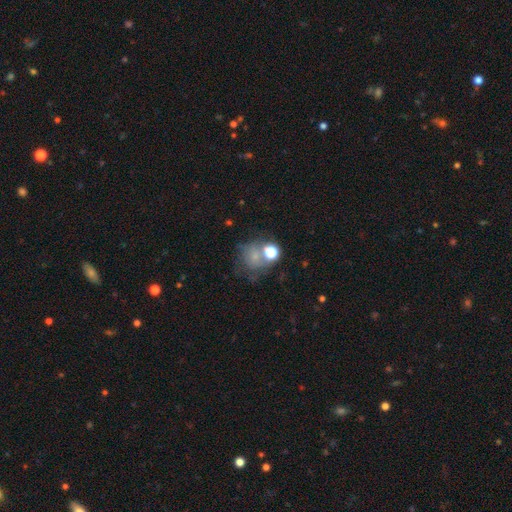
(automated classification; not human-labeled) This is possibly a smooth galaxy (55%). How rounded: likely round (69%). Merging: marginally none (40%).